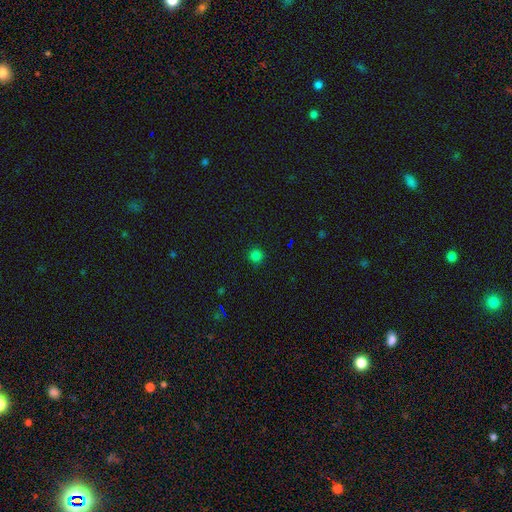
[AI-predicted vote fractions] smooth-or-featured: smooth: 79% | star or artifact: 18% | featured or disk: 3%
  how-rounded: round: 95% | in between: 4% | cigar-shaped: 1%
  merging: none: 91% | minor disturbance: 6% | major disturbance: 2% | merger: 1%